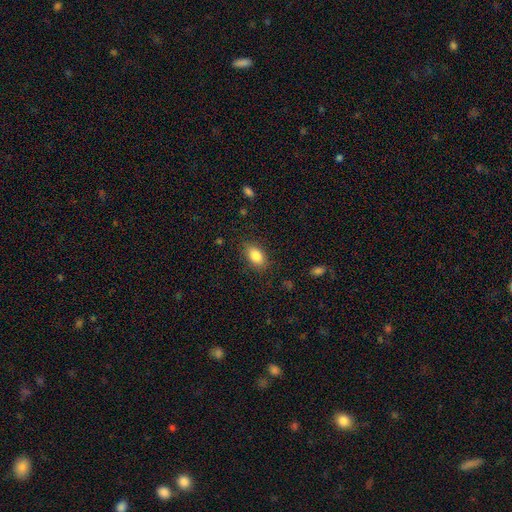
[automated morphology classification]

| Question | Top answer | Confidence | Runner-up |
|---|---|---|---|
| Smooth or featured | smooth | 84% | featured or disk (8%) |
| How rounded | in between | 89% | round (8%) |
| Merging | none | 84% | minor disturbance (12%) |